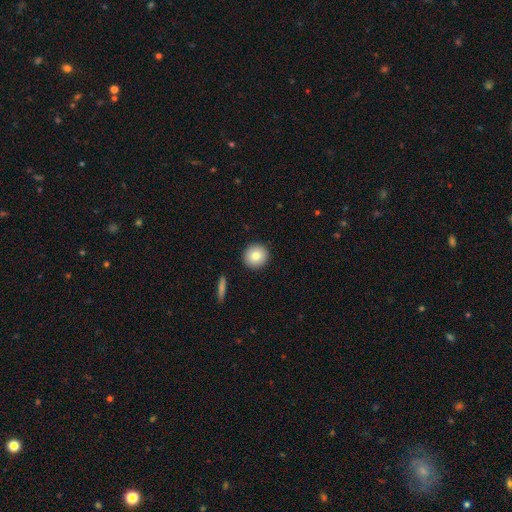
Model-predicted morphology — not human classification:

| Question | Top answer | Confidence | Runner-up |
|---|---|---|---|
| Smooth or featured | smooth | 81% | featured or disk (11%) |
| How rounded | round | 93% | in between (6%) |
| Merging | none | 92% | minor disturbance (5%) |